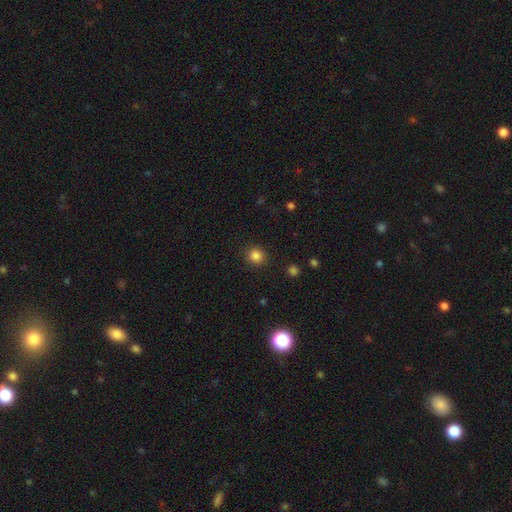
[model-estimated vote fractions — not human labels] smooth-or-featured: smooth: 84% | star or artifact: 12% | featured or disk: 4%
  how-rounded: round: 90% | in between: 9% | cigar-shaped: 1%
  merging: none: 91% | minor disturbance: 6% | major disturbance: 2% | merger: 1%